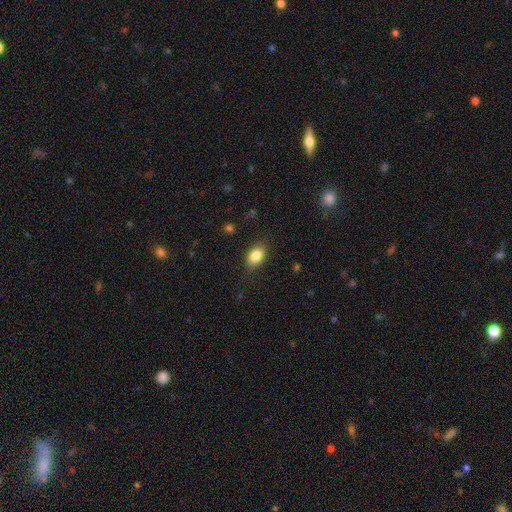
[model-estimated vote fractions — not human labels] A smooth galaxy with no disk features (85%) that is in between round and cigar-shaped (84%). Merging: none (84%).